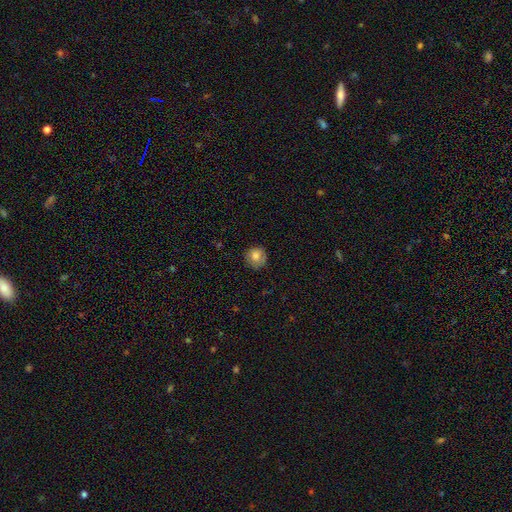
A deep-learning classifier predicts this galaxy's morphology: The model was most divided on "merging": none: 78%, minor disturbance: 17%, major disturbance: 4%, merger: 1%. More confident: how rounded — round (90%); smooth or featured — smooth (77%).